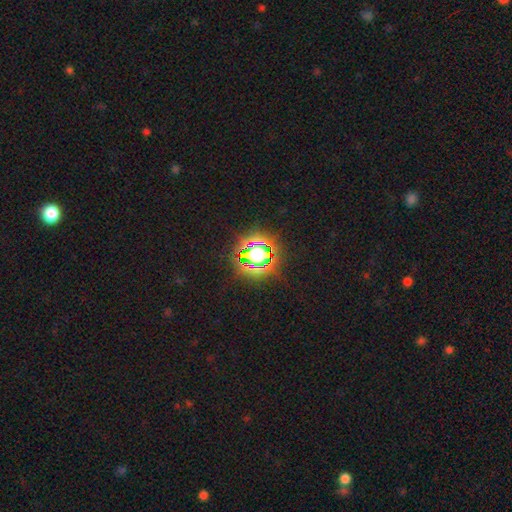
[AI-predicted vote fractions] A star or artifact, not a galaxy (61%).